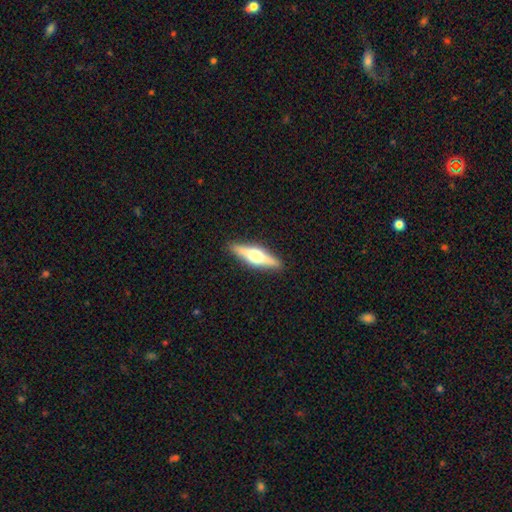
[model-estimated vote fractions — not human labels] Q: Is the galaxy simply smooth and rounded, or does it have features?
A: featured or disk — 64%.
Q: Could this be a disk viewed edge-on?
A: yes — 96%.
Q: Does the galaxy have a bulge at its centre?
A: rounded — 95%.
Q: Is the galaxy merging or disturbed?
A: none — 90%.